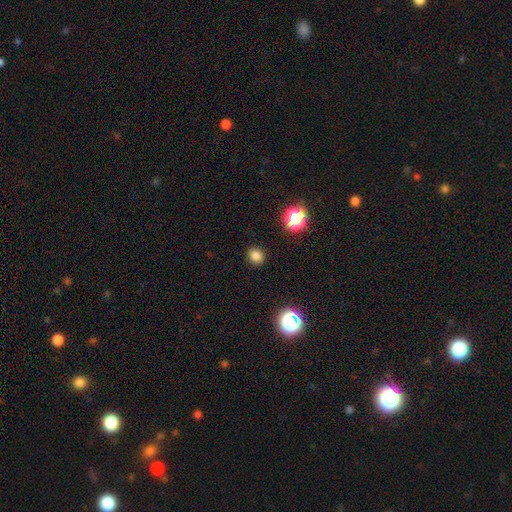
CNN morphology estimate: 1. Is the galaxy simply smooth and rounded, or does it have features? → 80% smooth, 16% star or artifact, 4% featured or disk.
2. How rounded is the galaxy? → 71% round, 28% in between, 1% cigar-shaped.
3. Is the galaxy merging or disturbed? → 90% none, 7% minor disturbance, 2% major disturbance, 1% merger.